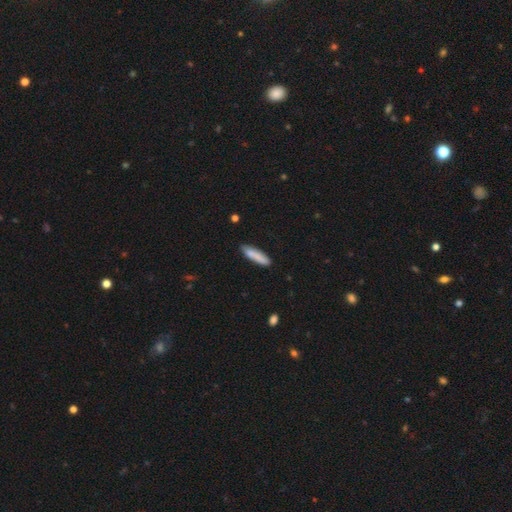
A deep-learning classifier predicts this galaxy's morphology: type=smooth (83%); roundness=cigar-shaped (78%); merging=none (82%).